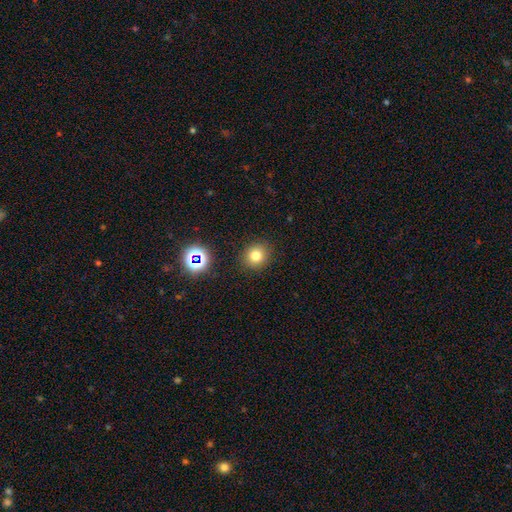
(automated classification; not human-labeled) smooth 76%, star or artifact 17%, featured or disk 7%. Down the decision tree: how rounded — round (82%); merging — none (88%).